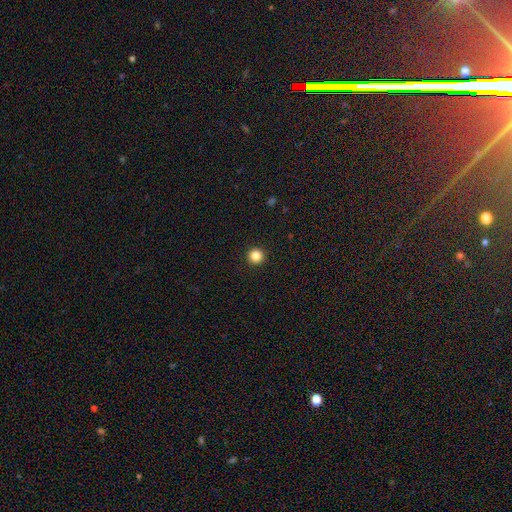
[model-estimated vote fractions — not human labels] smooth 85%, star or artifact 12%, featured or disk 3%. Down the decision tree: how rounded — round (96%); merging — none (94%).